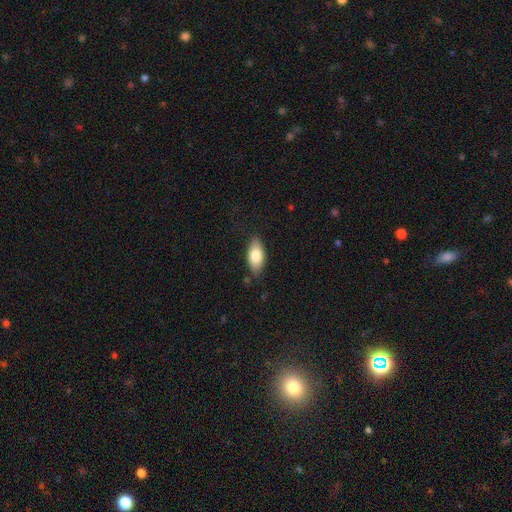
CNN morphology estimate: smooth-or-featured: smooth: 78% | featured or disk: 16% | star or artifact: 6%
  how-rounded: in between: 89% | cigar-shaped: 7% | round: 3%
  merging: none: 82% | minor disturbance: 14% | major disturbance: 3% | merger: 1%